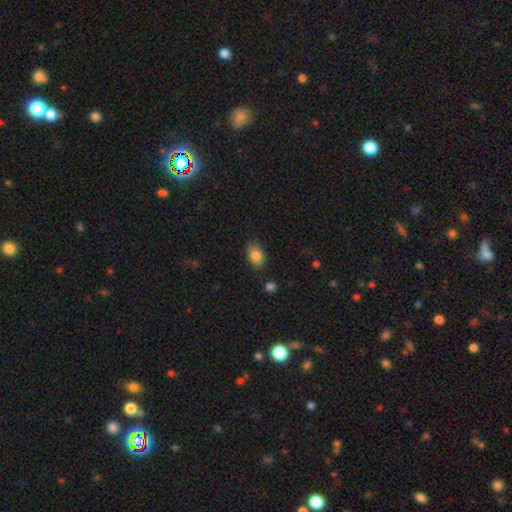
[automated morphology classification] This is clearly a smooth galaxy (84%). How rounded: clearly in between (81%). Merging: clearly none (81%).